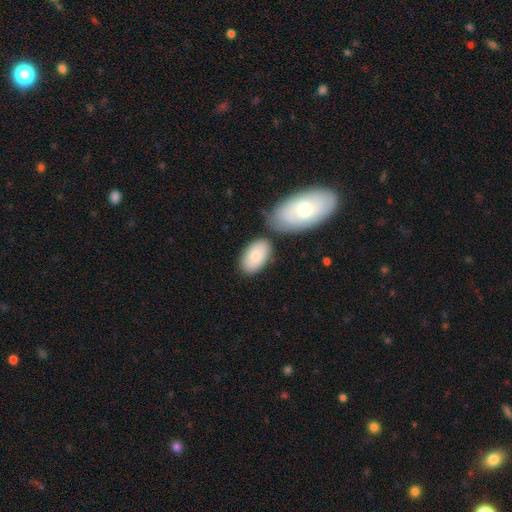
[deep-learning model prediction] Smooth or featured? smooth (81%)
How rounded? in between (94%)
Merging? none (67%)